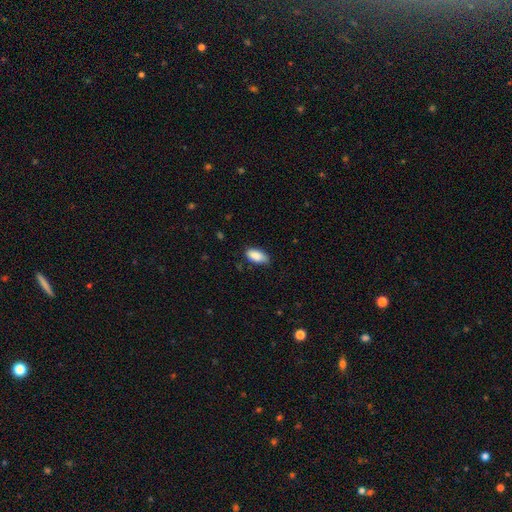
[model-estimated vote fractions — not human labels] Smooth or featured?
  - smooth: 88% *
  - star or artifact: 6%
  - featured or disk: 6%
How rounded?
  - in between: 90% *
  - cigar-shaped: 7%
  - round: 2%
Merging?
  - none: 77% *
  - minor disturbance: 19%
  - major disturbance: 3%
  - merger: 1%